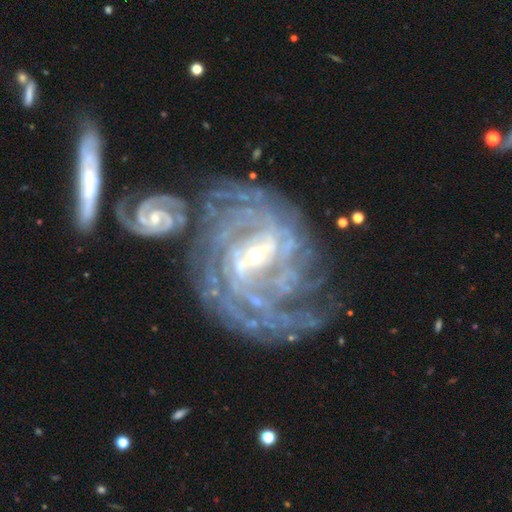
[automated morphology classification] Overall: featured or disk (91%). Edge-on disk: no (97%). Bar: strong (50%; weak 36%). Spiral arms: yes (97%). Spiral arm count: can't tell (24%; 4 23%). Spiral winding: tight (71%). Bulge size: small (55%; moderate 40%). Merging: none (57%; minor disturbance 19%).